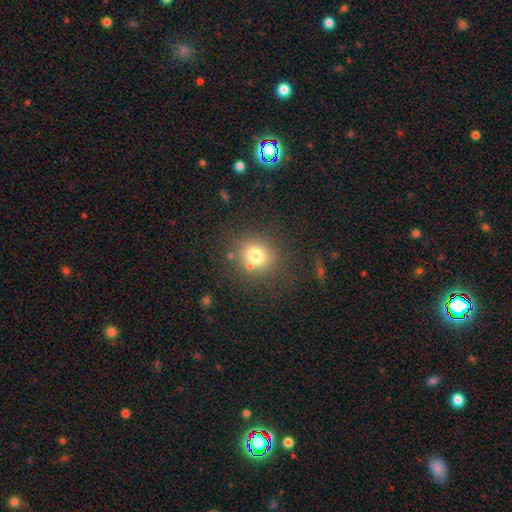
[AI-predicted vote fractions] This appears to be a smooth galaxy with no disk features (74%) that is round (84%). Merging: none (75%).